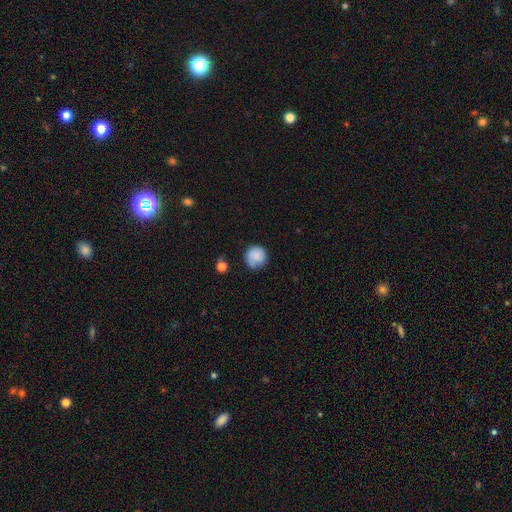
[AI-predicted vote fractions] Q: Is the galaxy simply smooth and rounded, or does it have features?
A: smooth — 77%.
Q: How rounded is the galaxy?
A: round — 90%.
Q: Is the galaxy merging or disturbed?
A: none — 64%.